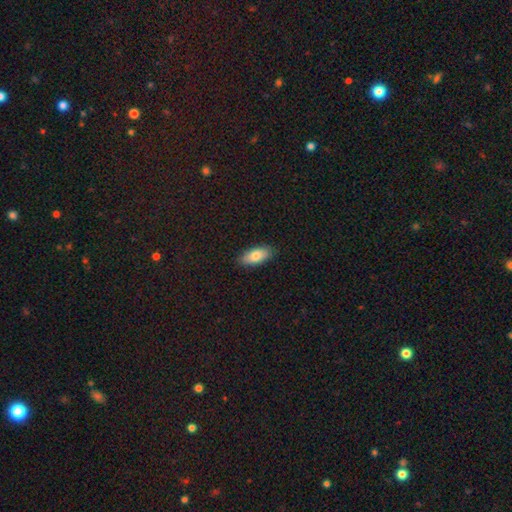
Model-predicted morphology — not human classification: A smooth galaxy with no disk features (80%) that is in between round and cigar-shaped (86%).

Vote fractions:
- Smooth or featured? smooth: 80% / featured or disk: 14% / star or artifact: 7%
- How rounded? in between: 86% / cigar-shaped: 12% / round: 3%
- Merging? none: 87% / minor disturbance: 10% / major disturbance: 2% / merger: 1%